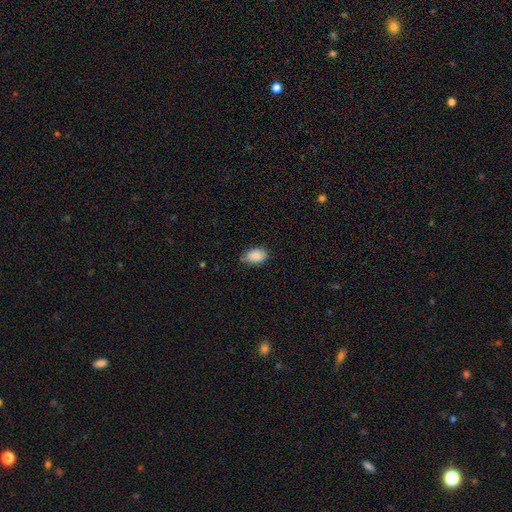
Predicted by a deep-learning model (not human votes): This is clearly a smooth galaxy (88%). How rounded: clearly in between (90%). Merging: likely none (71%).